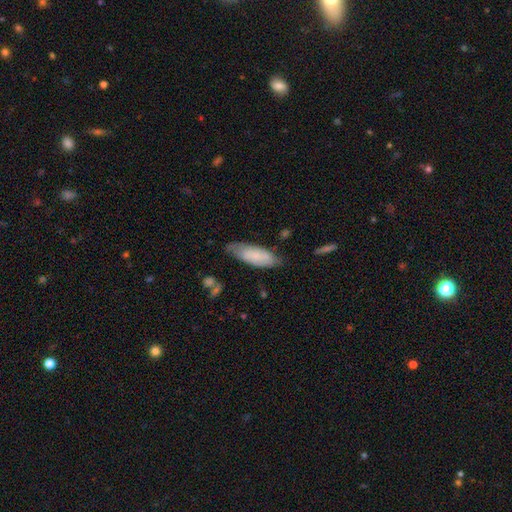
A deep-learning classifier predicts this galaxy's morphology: Smooth or featured? smooth (71%)
How rounded? in between (66%)
Merging? none (63%)